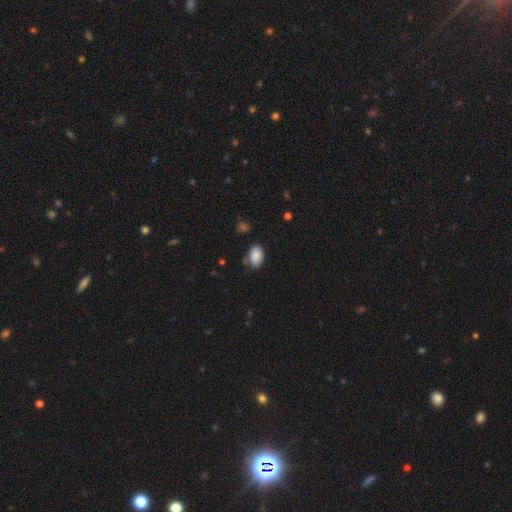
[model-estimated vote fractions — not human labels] Smooth or featured: smooth — 88% (star or artifact — 8%)
How rounded: in between — 88% (round — 11%)
Merging: none — 72% (minor disturbance — 20%)